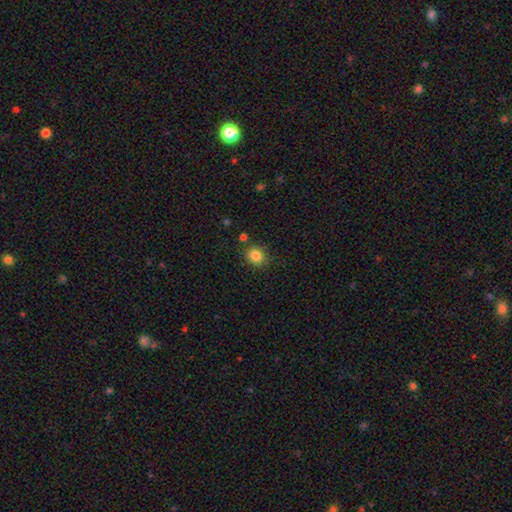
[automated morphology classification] type=smooth (84%); roundness=round (74%); merging=none (81%).